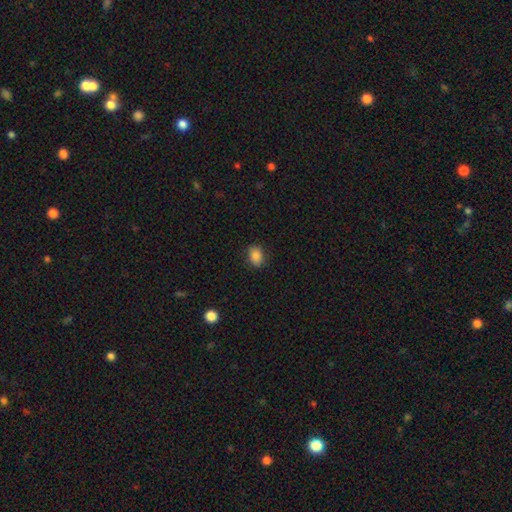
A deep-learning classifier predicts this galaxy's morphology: Q: Smooth or featured?
A: smooth (86%); runner-up: star or artifact (10%)
Q: How rounded?
A: in between (66%); runner-up: round (33%)
Q: Merging?
A: none (85%); runner-up: minor disturbance (12%)